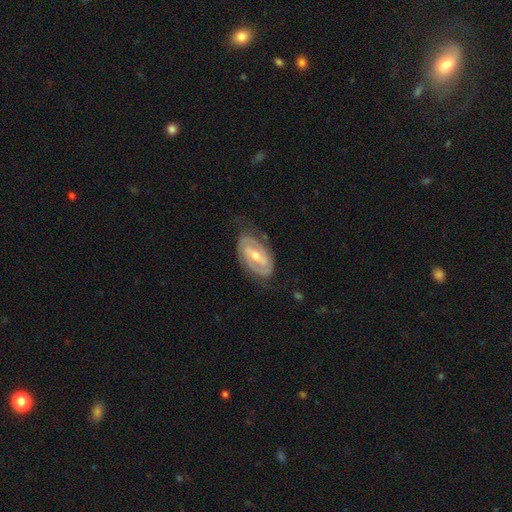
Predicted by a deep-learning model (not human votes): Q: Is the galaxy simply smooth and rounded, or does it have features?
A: featured or disk — 86%.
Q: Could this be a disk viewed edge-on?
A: no — 95%.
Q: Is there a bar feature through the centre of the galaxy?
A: strong — 43%.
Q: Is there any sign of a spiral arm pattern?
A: yes — 91%.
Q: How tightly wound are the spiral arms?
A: tight — 58%.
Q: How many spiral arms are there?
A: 2 — 84%.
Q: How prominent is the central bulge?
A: moderate — 56%.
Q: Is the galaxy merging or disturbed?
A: none — 75%.